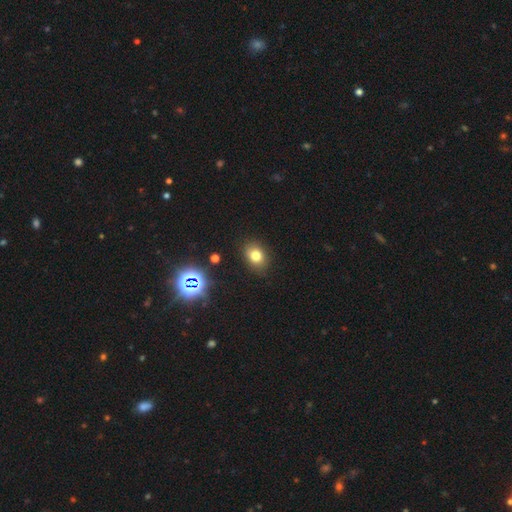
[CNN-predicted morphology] Smooth or featured? Predicted: smooth (p=0.76). How rounded? Predicted: in between (p=0.62). Merging? Predicted: none (p=0.85).